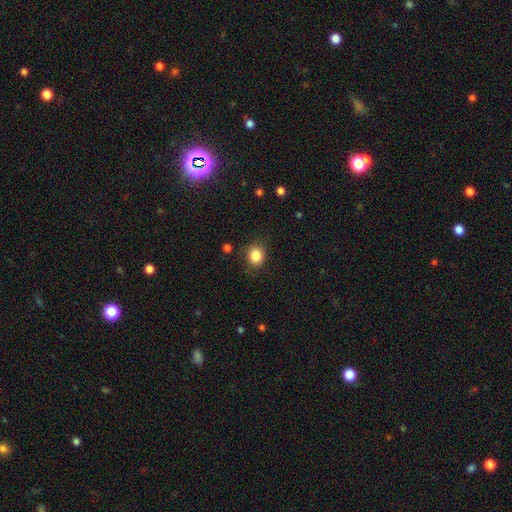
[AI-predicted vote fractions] This is clearly a smooth galaxy (85%). How rounded: likely round (74%). Merging: clearly none (83%).